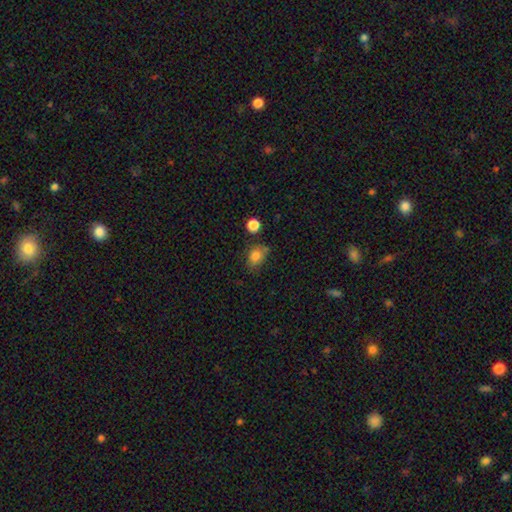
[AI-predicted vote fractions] smooth_or_featured: smooth (p=0.81) [alt: star or artifact p=0.10]
how_rounded: in between (p=0.65) [alt: round p=0.34]
merging: none (p=0.59) [alt: minor disturbance p=0.27]